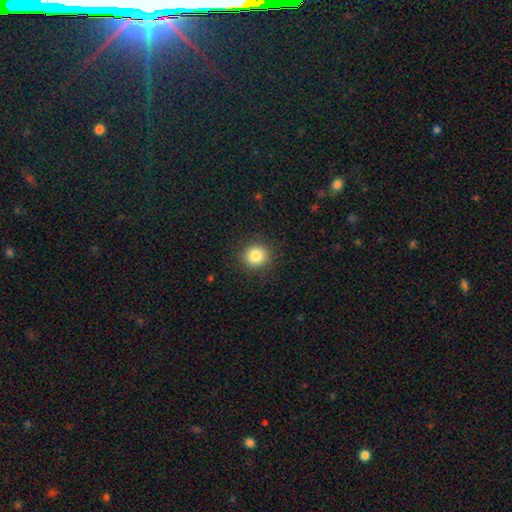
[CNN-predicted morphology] Q: Smooth or featured?
A: smooth (84%); runner-up: star or artifact (11%)
Q: How rounded?
A: round (91%); runner-up: in between (8%)
Q: Merging?
A: none (90%); runner-up: minor disturbance (6%)